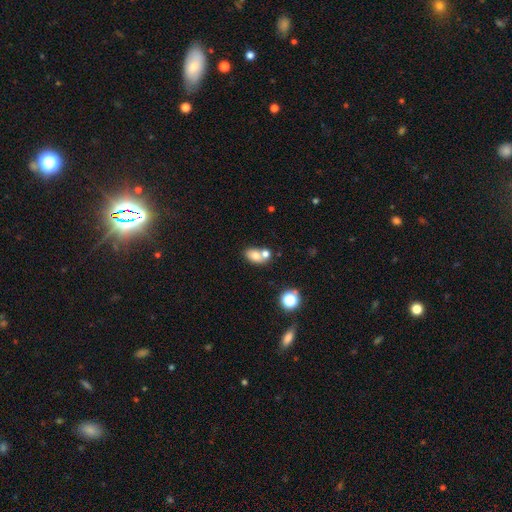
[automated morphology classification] smooth 75%, featured or disk 14%, star or artifact 11%. Down the decision tree: how rounded — in between (79%); merging — merger (44%).